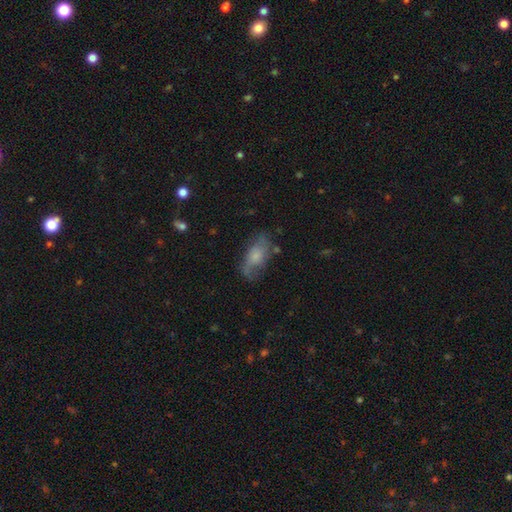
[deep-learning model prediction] Morphology: type=smooth (50%); merging=none (59%).